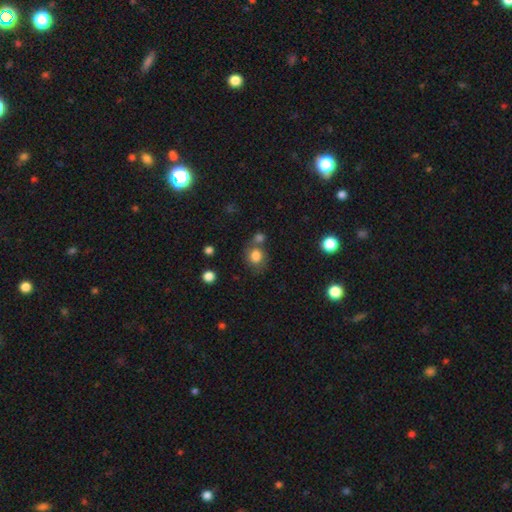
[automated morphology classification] A smooth galaxy with no disk features (81%) that is round (74%). Merging: none (60%).